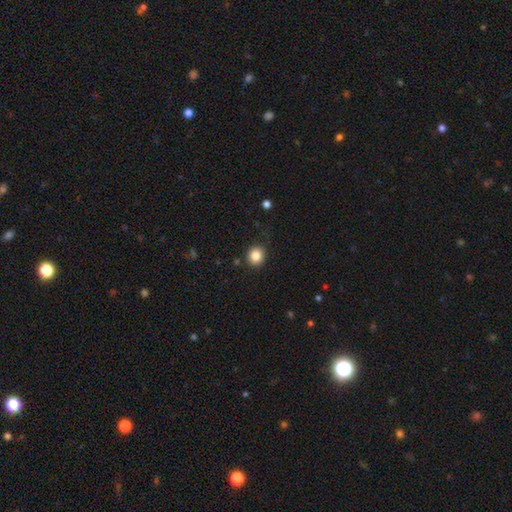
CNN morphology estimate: smooth_or_featured: smooth (p=0.84) [alt: star or artifact p=0.11]
how_rounded: round (p=0.83) [alt: in between p=0.16]
merging: none (p=0.86) [alt: minor disturbance p=0.10]